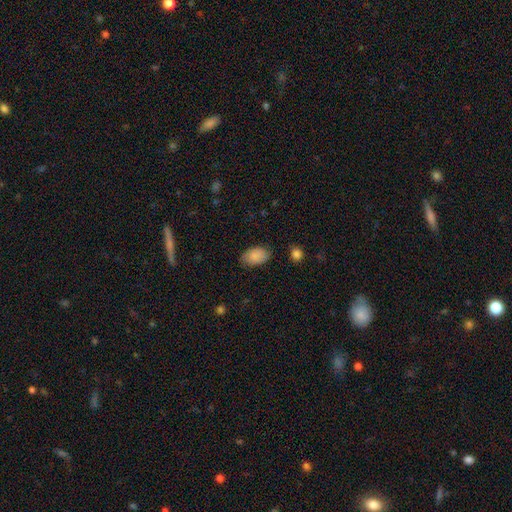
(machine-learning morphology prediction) The model was most divided on "merging": none: 78%, minor disturbance: 17%, major disturbance: 3%, merger: 2%. More confident: how rounded — in between (92%); smooth or featured — smooth (86%).